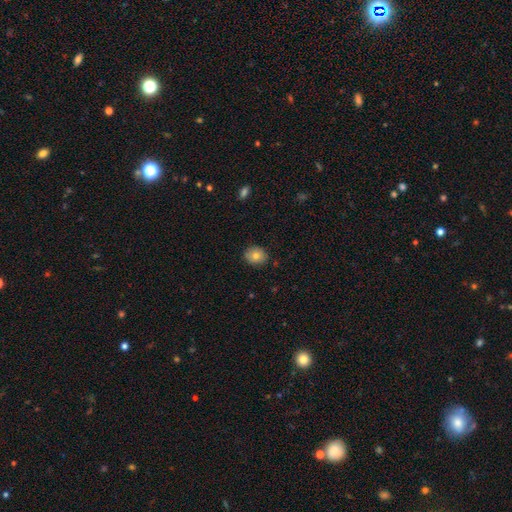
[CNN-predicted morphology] The model was most divided on "how rounded": round: 70%, in between: 29%, cigar-shaped: 1%. More confident: merging — none (86%); smooth or featured — smooth (79%).